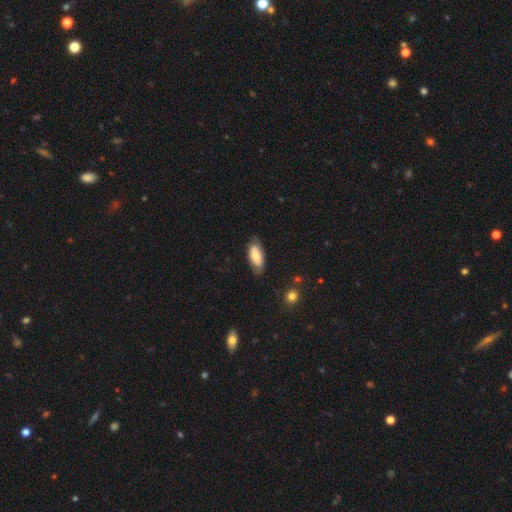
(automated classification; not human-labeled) This is likely a smooth galaxy (71%). How rounded: clearly in between (86%). Merging: likely none (71%).